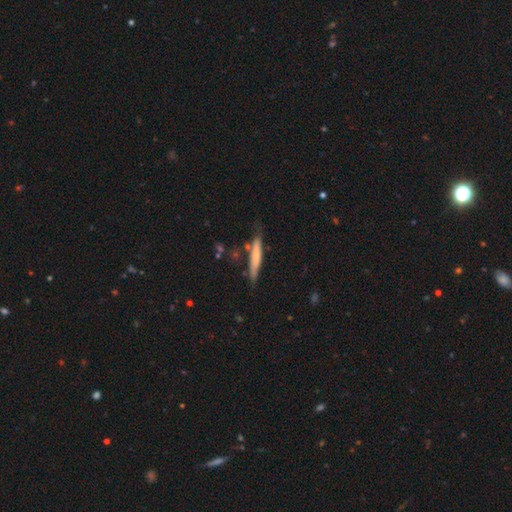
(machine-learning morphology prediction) smooth 62%, featured or disk 32%, star or artifact 6%. Down the decision tree: how rounded — cigar-shaped (94%); merging — none (74%).